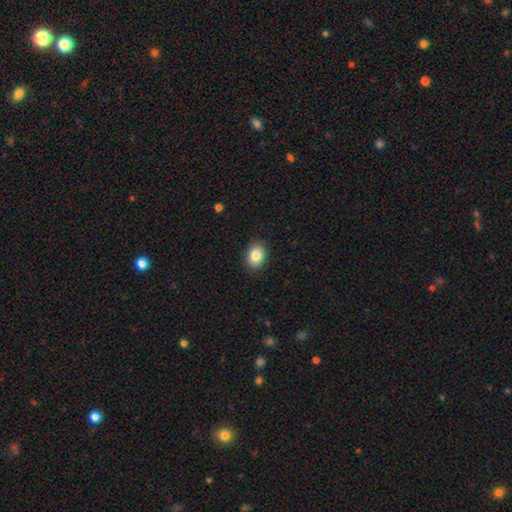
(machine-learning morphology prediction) Overall: smooth (84%). How rounded: in between (62%; round 38%). Merging: none (90%).